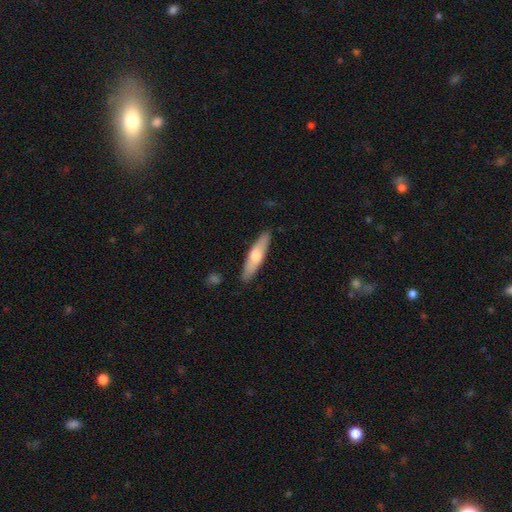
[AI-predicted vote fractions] Morphology: type=smooth (56%); roundness=cigar-shaped (72%); merging=none (88%).